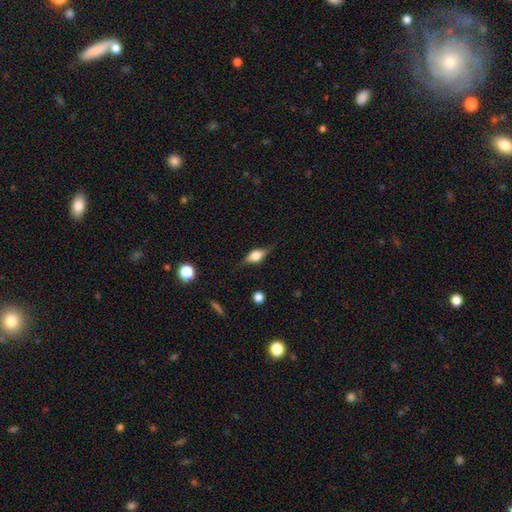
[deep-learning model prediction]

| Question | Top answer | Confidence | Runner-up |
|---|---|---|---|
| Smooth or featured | featured or disk | 54% | smooth (37%) |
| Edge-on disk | yes | 93% | no (7%) |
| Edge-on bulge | rounded | 90% | boxy (9%) |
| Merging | none | 79% | minor disturbance (15%) |